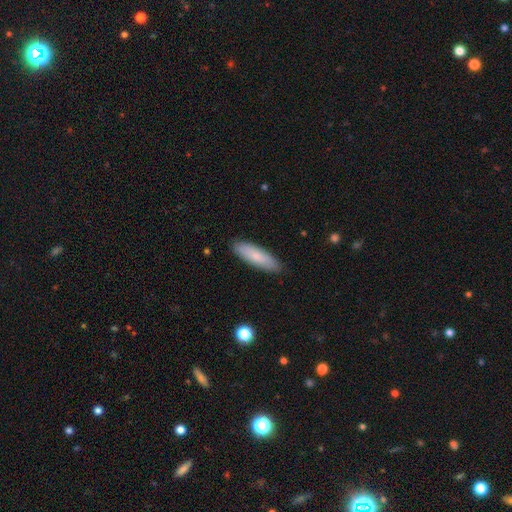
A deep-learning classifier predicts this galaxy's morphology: A smooth galaxy with no disk features (81%) that is cigar-shaped (59%).

Vote fractions:
- Smooth or featured? smooth: 81% / featured or disk: 13% / star or artifact: 6%
- How rounded? cigar-shaped: 59% / in between: 40% / round: 2%
- Merging? none: 89% / minor disturbance: 9% / major disturbance: 2% / merger: 1%